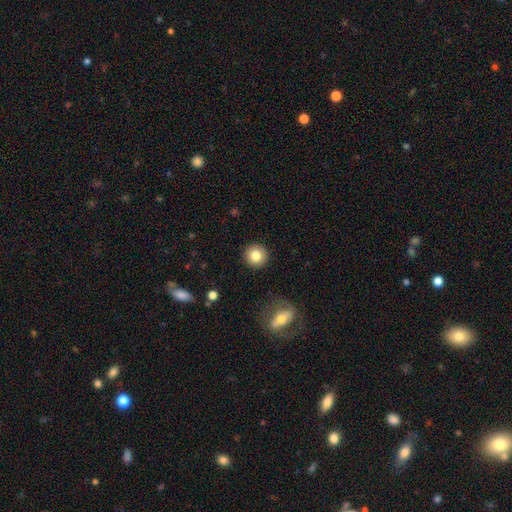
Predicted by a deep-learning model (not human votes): Smooth or featured: smooth — 83% (star or artifact — 9%)
How rounded: round — 94% (in between — 5%)
Merging: none — 91% (minor disturbance — 5%)